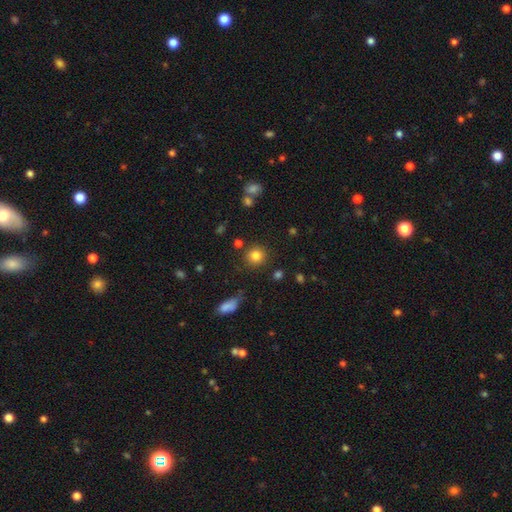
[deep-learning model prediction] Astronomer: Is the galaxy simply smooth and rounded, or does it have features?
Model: smooth — 82%.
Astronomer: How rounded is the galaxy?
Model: round — 91%.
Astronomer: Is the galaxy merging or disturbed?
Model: none — 86%.